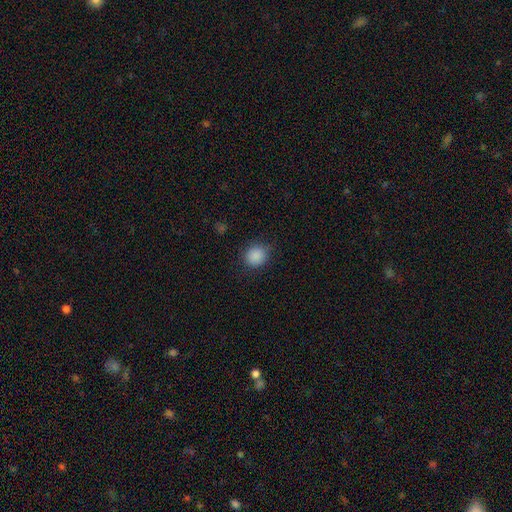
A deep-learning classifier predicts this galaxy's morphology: Smooth or featured?
  - smooth: 88% *
  - star or artifact: 10%
  - featured or disk: 3%
How rounded?
  - round: 83% *
  - in between: 16%
  - cigar-shaped: 1%
Merging?
  - none: 84% *
  - minor disturbance: 12%
  - major disturbance: 4%
  - merger: 1%